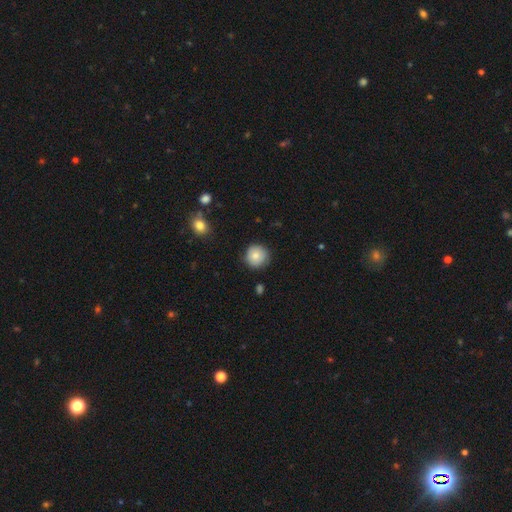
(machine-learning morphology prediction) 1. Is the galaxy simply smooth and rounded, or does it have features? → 79% smooth, 13% featured or disk, 8% star or artifact.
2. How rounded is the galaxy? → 94% round, 5% in between, 1% cigar-shaped.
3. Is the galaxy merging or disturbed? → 84% none, 12% minor disturbance, 3% major disturbance, 1% merger.